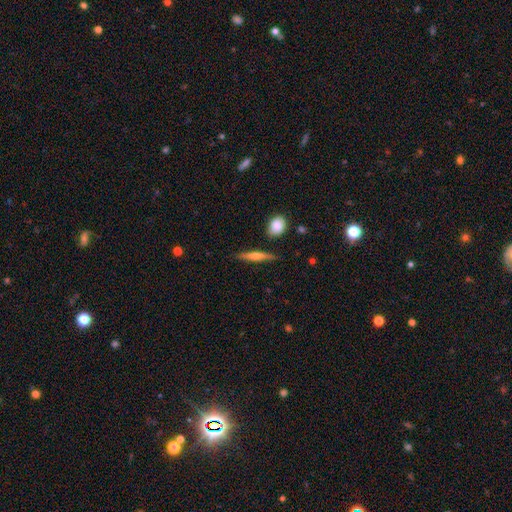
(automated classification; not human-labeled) Morphology: type=featured or disk (49%); merging=none (83%).